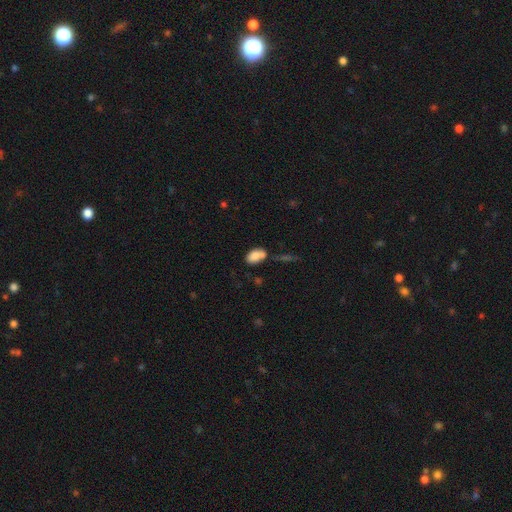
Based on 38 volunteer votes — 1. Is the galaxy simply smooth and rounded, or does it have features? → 89% smooth, 8% featured or disk, 3% star or artifact.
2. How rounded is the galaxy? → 82% in between, 15% round, 3% cigar-shaped.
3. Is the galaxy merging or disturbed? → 49% none, 30% minor disturbance, 19% merger, 3% major disturbance.